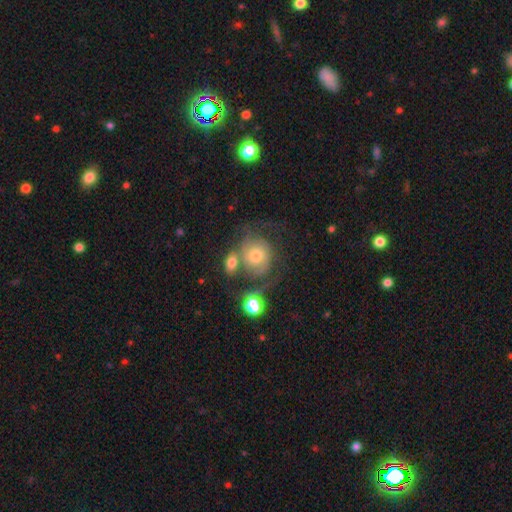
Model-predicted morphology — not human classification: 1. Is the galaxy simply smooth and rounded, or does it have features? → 50% featured or disk, 39% smooth, 10% star or artifact.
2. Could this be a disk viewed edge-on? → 97% no, 3% yes.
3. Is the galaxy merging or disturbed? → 37% none, 26% merger, 20% major disturbance, 17% minor disturbance.